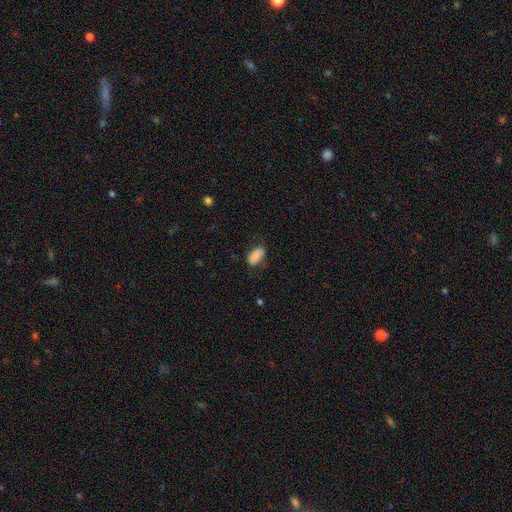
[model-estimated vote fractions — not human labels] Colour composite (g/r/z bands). It shows a smooth galaxy with no disk features (78%) that is in between round and cigar-shaped (92%). Merging: none (68%).